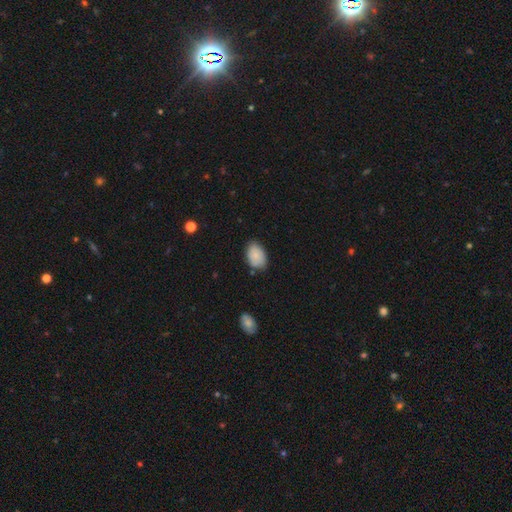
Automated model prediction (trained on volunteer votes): smooth_or_featured: smooth (p=0.85) [alt: featured or disk p=0.08]
how_rounded: in between (p=0.88) [alt: round p=0.11]
merging: none (p=0.73) [alt: minor disturbance p=0.21]